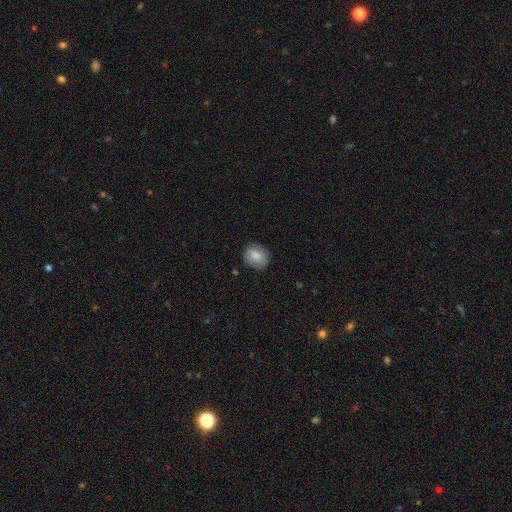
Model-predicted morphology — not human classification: Smooth or featured?
  - smooth: 84% *
  - featured or disk: 9%
  - star or artifact: 8%
How rounded?
  - round: 69% *
  - in between: 30%
  - cigar-shaped: 1%
Merging?
  - none: 83% *
  - minor disturbance: 13%
  - major disturbance: 3%
  - merger: 1%